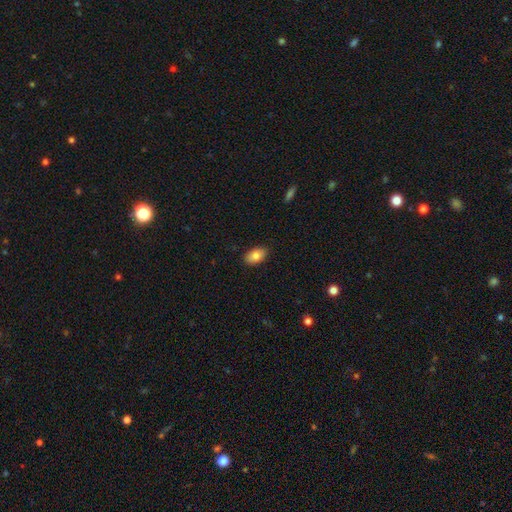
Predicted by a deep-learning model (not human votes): Q: Smooth or featured?
A: smooth (84%); runner-up: featured or disk (9%)
Q: How rounded?
A: in between (93%); runner-up: round (6%)
Q: Merging?
A: none (88%); runner-up: minor disturbance (9%)